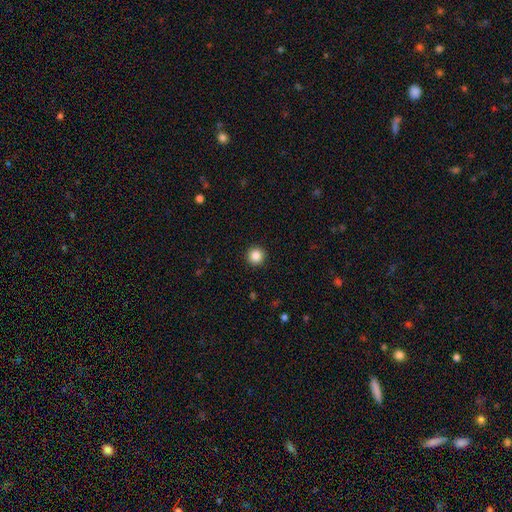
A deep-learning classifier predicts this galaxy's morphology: Overall: smooth (86%). How rounded: round (96%). Merging: none (93%).